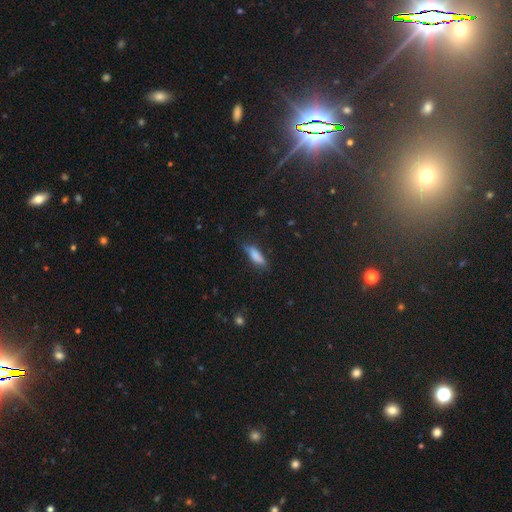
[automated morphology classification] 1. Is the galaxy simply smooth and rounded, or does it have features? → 78% smooth, 14% featured or disk, 8% star or artifact.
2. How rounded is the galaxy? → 55% cigar-shaped, 43% in between, 2% round.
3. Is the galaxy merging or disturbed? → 69% none, 23% minor disturbance, 6% major disturbance, 2% merger.